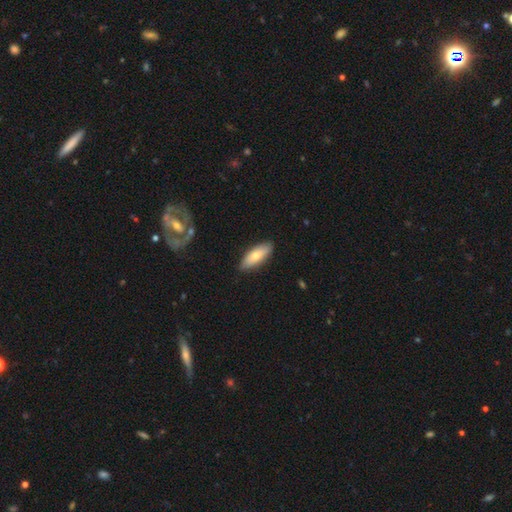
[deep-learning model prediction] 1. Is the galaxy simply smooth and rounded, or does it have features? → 74% smooth, 21% featured or disk, 6% star or artifact.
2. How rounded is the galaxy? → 70% in between, 28% cigar-shaped, 2% round.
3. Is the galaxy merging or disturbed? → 87% none, 10% minor disturbance, 2% major disturbance, 1% merger.